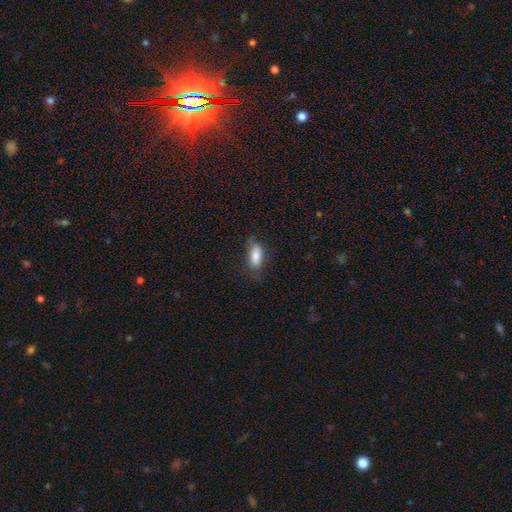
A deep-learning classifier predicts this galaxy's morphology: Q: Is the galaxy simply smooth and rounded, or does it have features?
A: smooth — 83%.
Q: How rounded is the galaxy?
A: in between — 86%.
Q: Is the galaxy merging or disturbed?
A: none — 67%.